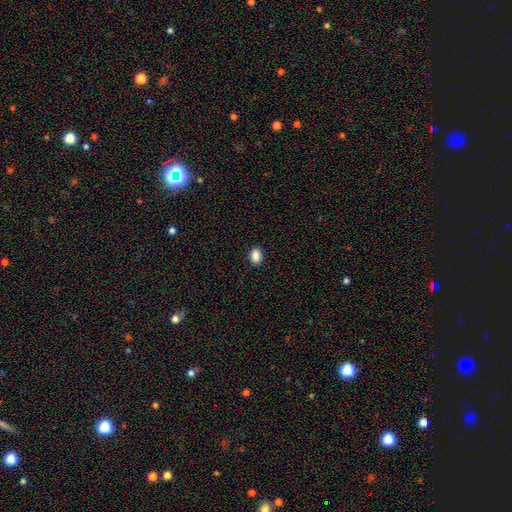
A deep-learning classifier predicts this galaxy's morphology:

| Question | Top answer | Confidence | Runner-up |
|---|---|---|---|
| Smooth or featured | smooth | 89% | star or artifact (9%) |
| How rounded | in between | 78% | round (21%) |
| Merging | none | 90% | minor disturbance (8%) |